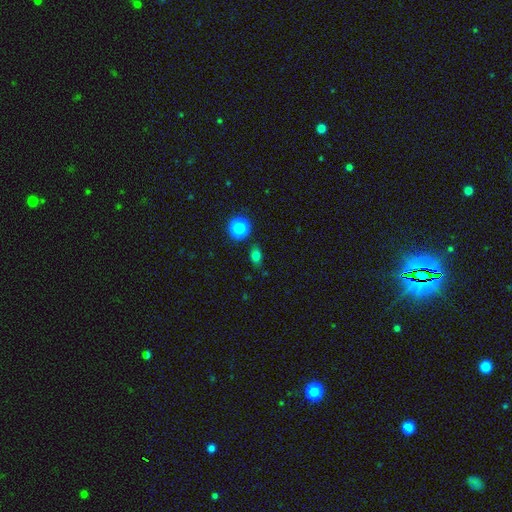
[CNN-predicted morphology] smooth-or-featured: smooth: 75% | star or artifact: 19% | featured or disk: 6%
  how-rounded: in between: 58% | round: 40% | cigar-shaped: 2%
  merging: none: 80% | minor disturbance: 13% | major disturbance: 3% | merger: 3%